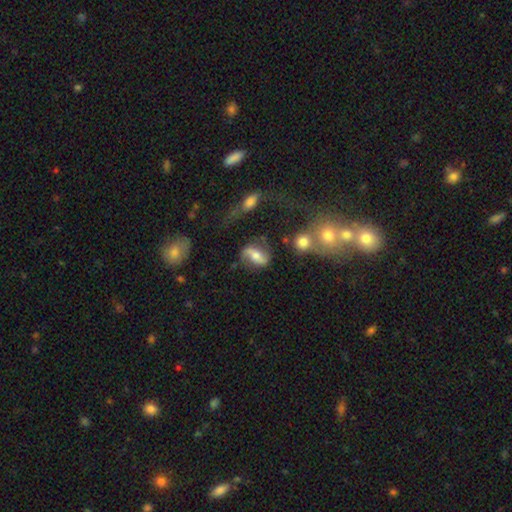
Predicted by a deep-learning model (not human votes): This is likely a featured or disk galaxy (62%). It is clearly not viewed edge-on (92%). Bar: marginally strong (40%). Spiral arm pattern: clearly yes (83%). Central bulge: possibly moderate (60%). Merging: likely none (62%).